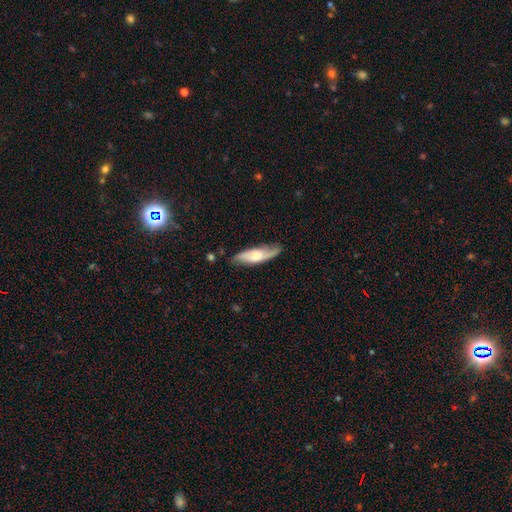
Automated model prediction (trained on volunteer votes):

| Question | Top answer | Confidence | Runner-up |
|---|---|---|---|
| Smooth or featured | featured or disk | 50% | smooth (44%) |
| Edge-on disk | no | 62% | yes (38%) |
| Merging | none | 69% | minor disturbance (23%) |